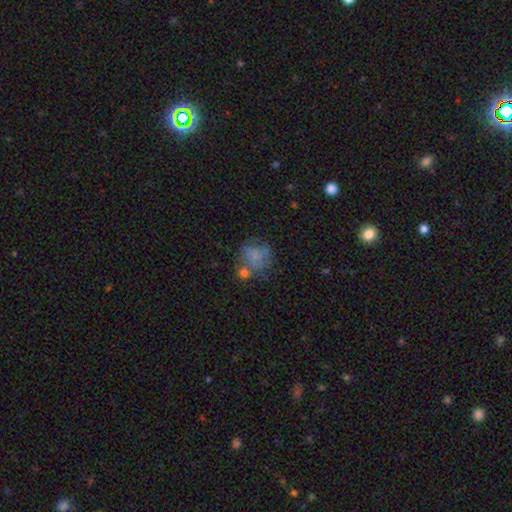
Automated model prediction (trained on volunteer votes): Smooth or featured? Predicted: smooth (p=0.61). How rounded? Predicted: round (p=0.70). Merging? Predicted: none (p=0.43).